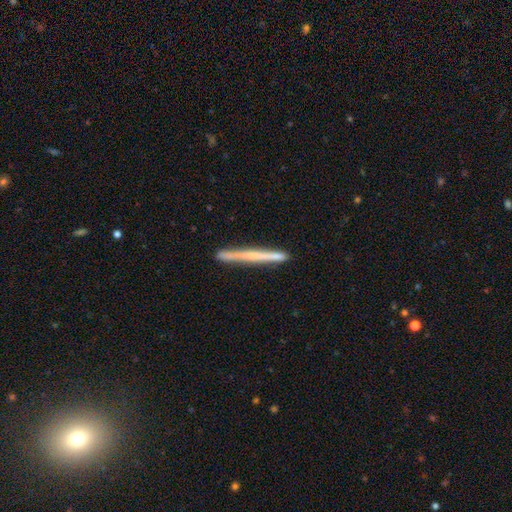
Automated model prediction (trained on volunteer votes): The model was most divided on "smooth or featured": smooth: 48%, featured or disk: 47%, star or artifact: 6%. More confident: merging — none (89%).